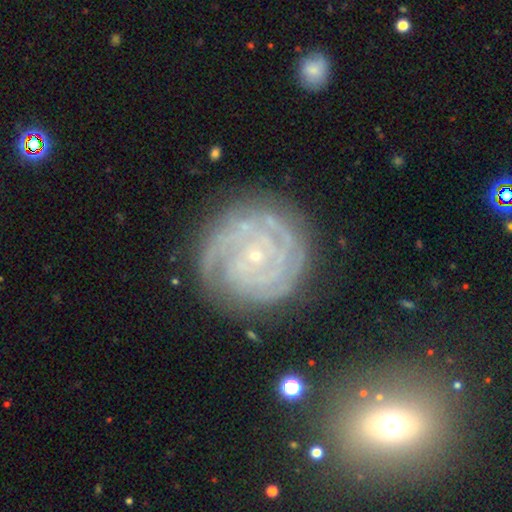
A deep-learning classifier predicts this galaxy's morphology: Q: Smooth or featured?
A: featured or disk (87%); runner-up: star or artifact (7%)
Q: Edge-on disk?
A: no (98%); runner-up: yes (2%)
Q: Bar?
A: no (79%); runner-up: weak (14%)
Q: Spiral arms?
A: yes (97%); runner-up: no (3%)
Q: Spiral winding?
A: tight (85%); runner-up: medium (12%)
Q: Spiral arm count?
A: 3 (26%); runner-up: 4 (20%)
Q: Bulge size?
A: small (88%); runner-up: moderate (8%)
Q: Merging?
A: none (78%); runner-up: minor disturbance (15%)